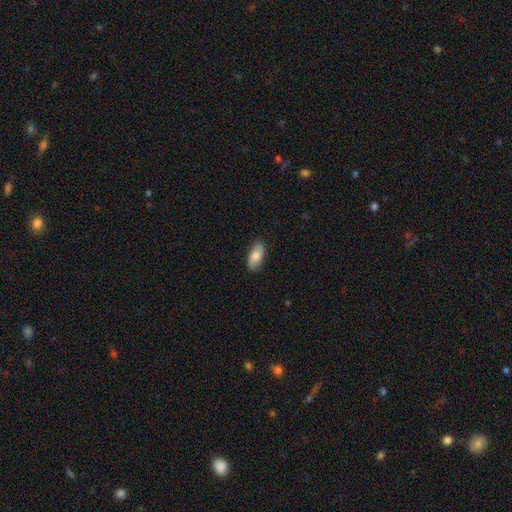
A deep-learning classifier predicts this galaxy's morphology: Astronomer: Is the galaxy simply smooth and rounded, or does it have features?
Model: smooth — 73%.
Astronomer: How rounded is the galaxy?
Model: in between — 88%.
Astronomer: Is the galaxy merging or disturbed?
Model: none — 83%.